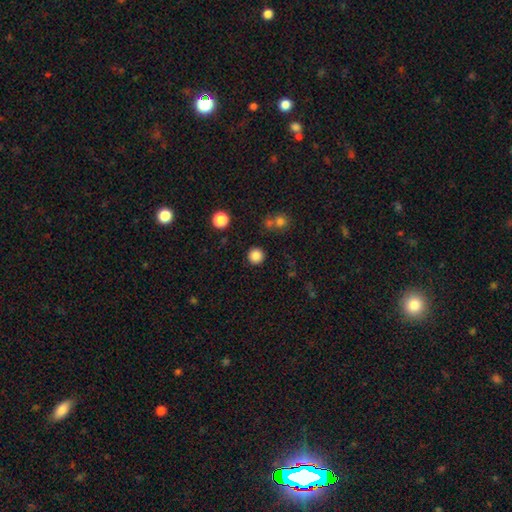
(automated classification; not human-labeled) smooth_or_featured: smooth (p=0.84) [alt: star or artifact p=0.12]
how_rounded: round (p=0.95) [alt: in between p=0.04]
merging: none (p=0.88) [alt: minor disturbance p=0.06]